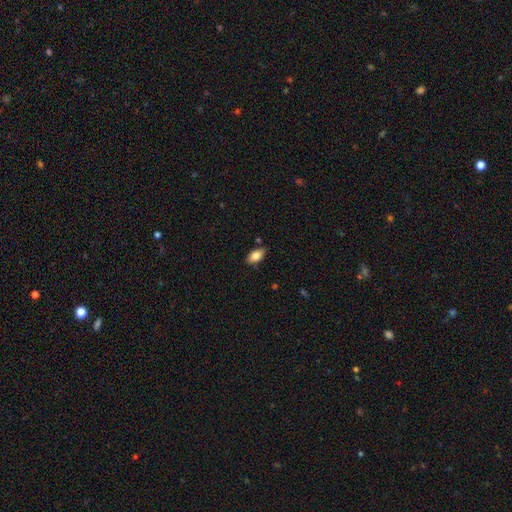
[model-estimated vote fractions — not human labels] smooth_or_featured: smooth (p=0.80) [alt: featured or disk p=0.12]
how_rounded: in between (p=0.91) [alt: cigar-shaped p=0.05]
merging: none (p=0.81) [alt: minor disturbance p=0.14]